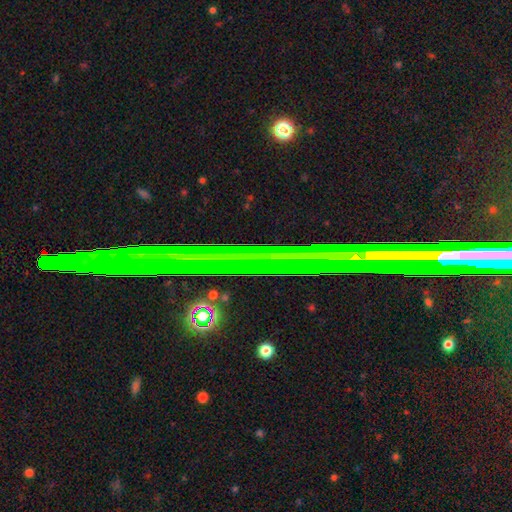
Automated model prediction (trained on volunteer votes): Smooth or featured?
  - star or artifact: 70% *
  - featured or disk: 20%
  - smooth: 10%